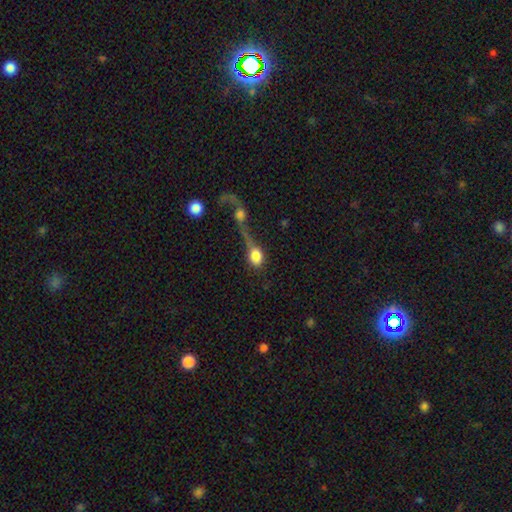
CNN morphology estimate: smooth-or-featured: smooth: 73% | featured or disk: 18% | star or artifact: 9%
  how-rounded: in between: 58% | round: 37% | cigar-shaped: 5%
  merging: merger: 62% | major disturbance: 18% | none: 13% | minor disturbance: 7%